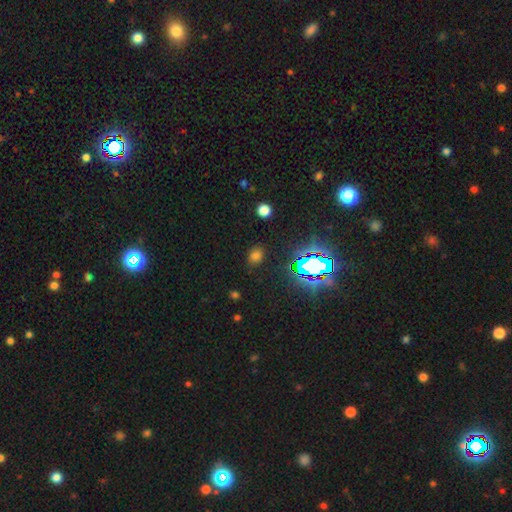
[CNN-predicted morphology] smooth 62%, star or artifact 31%, featured or disk 7%. Down the decision tree: how rounded — round (50%); merging — none (84%).